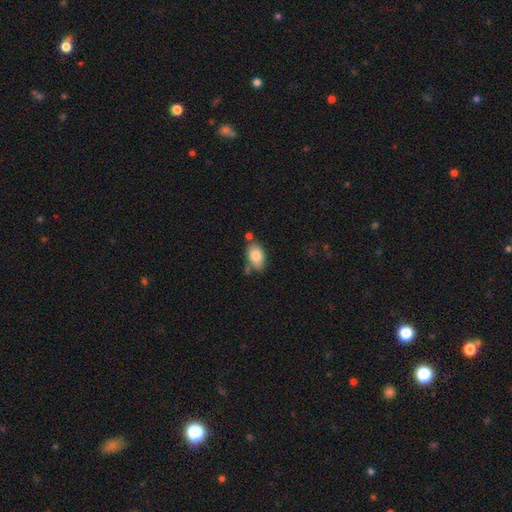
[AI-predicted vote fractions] smooth_or_featured: smooth (p=0.82) [alt: featured or disk p=0.11]
how_rounded: in between (p=0.89) [alt: round p=0.10]
merging: none (p=0.63) [alt: minor disturbance p=0.19]